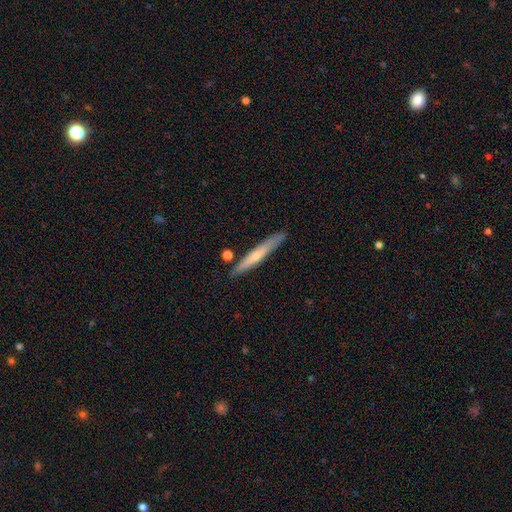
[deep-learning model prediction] A smooth galaxy with no disk features (48%). Merging: none (84%).